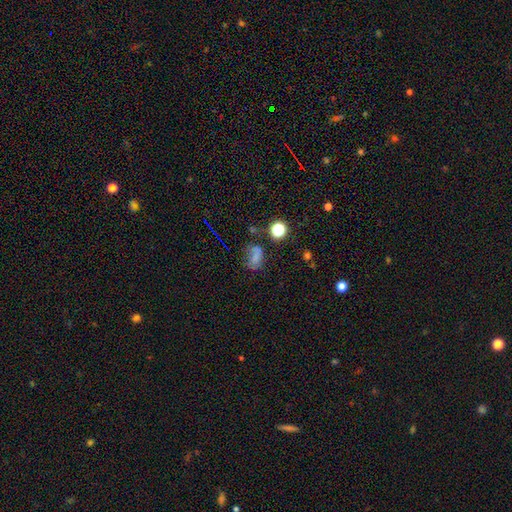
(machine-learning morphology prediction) Q: Smooth or featured?
A: smooth (57%); runner-up: star or artifact (27%)
Q: How rounded?
A: in between (68%); runner-up: round (30%)
Q: Merging?
A: none (43%); runner-up: minor disturbance (26%)